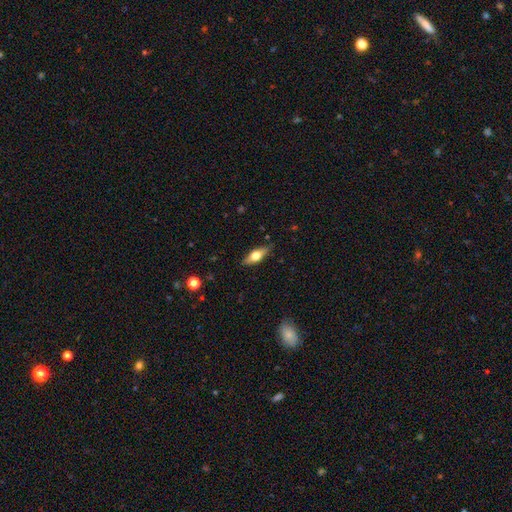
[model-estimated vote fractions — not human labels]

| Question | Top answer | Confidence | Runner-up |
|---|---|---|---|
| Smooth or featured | smooth | 51% | featured or disk (43%) |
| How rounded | in between | 61% | cigar-shaped (35%) |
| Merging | none | 85% | minor disturbance (11%) |